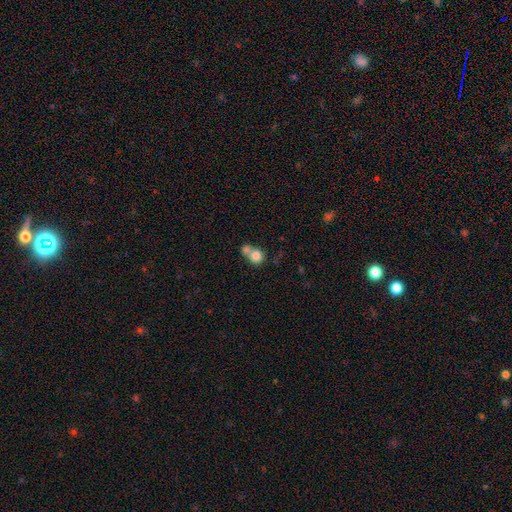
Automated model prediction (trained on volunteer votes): The model was most divided on "merging": merger: 58%, none: 32%, minor disturbance: 7%, major disturbance: 3%. More confident: how rounded — round (83%); smooth or featured — smooth (79%).